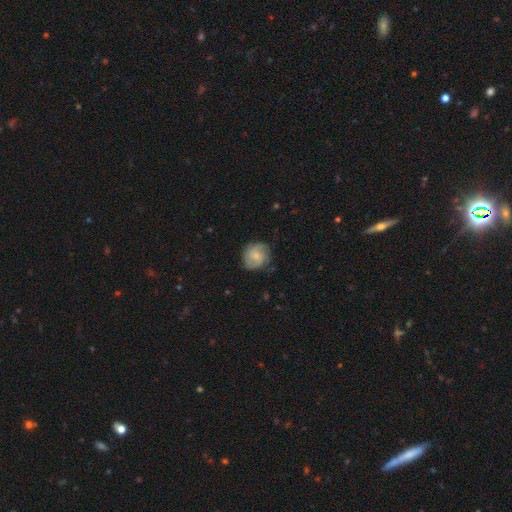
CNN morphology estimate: Smooth or featured? featured or disk (51%)
Edge-on disk? no (97%)
Merging? none (74%)